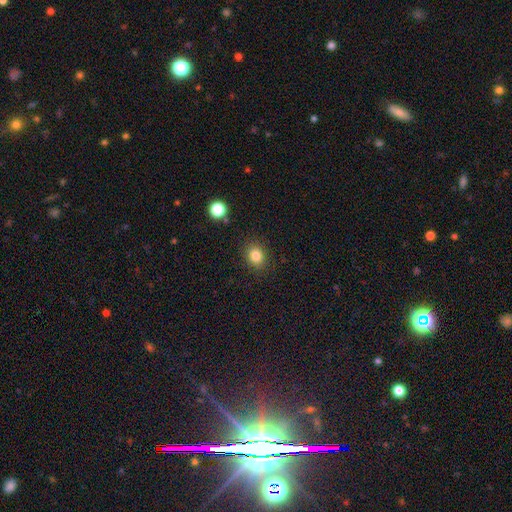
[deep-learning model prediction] Smooth or featured? Predicted: smooth (p=0.83). How rounded? Predicted: round (p=0.63). Merging? Predicted: none (p=0.87).